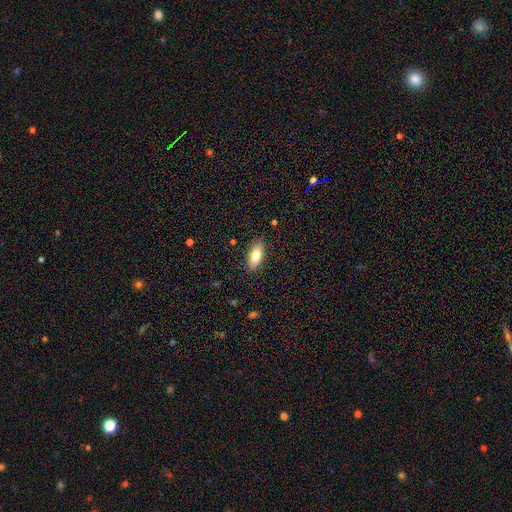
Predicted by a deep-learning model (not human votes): A smooth galaxy with no disk features (77%) that is in between round and cigar-shaped (82%). Merging: none (86%).